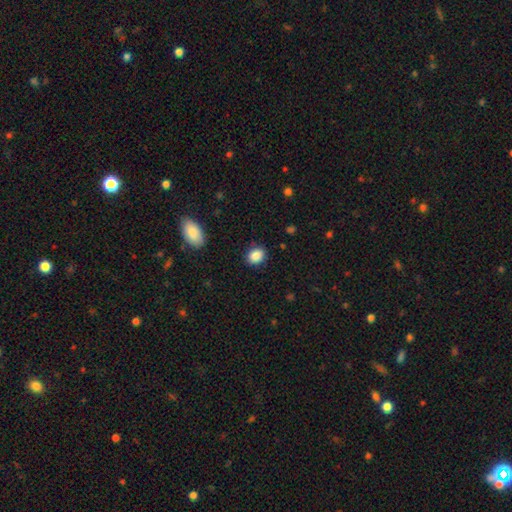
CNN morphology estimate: The model was most divided on "how rounded": round: 53%, in between: 46%, cigar-shaped: 1%. More confident: smooth or featured — smooth (88%); merging — none (86%).